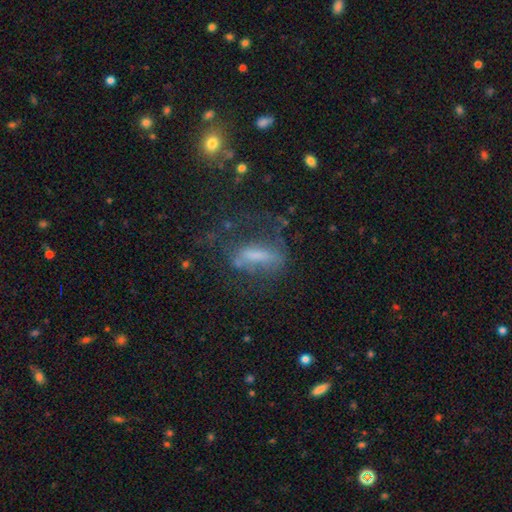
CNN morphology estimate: Q: Smooth or featured?
A: featured or disk (43%); runner-up: smooth (41%)
Q: Merging?
A: none (42%); runner-up: major disturbance (32%)